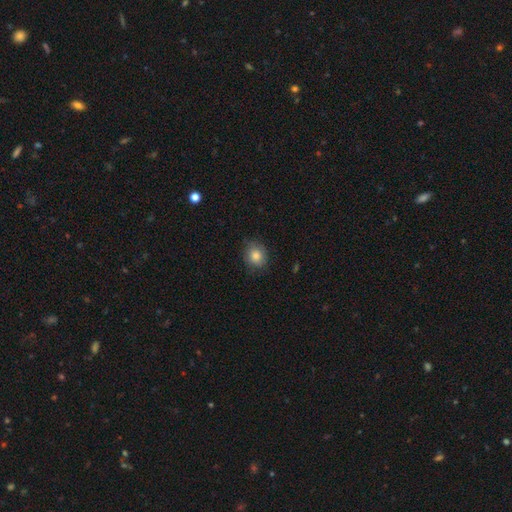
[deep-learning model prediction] Overall: smooth (84%). How rounded: round (66%; in between 33%). Merging: none (81%).